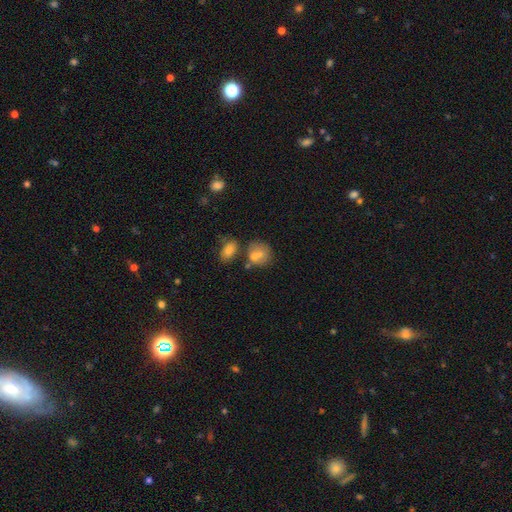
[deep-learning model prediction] Morphology: type=smooth (66%); roundness=round (63%); merging=none (56%).